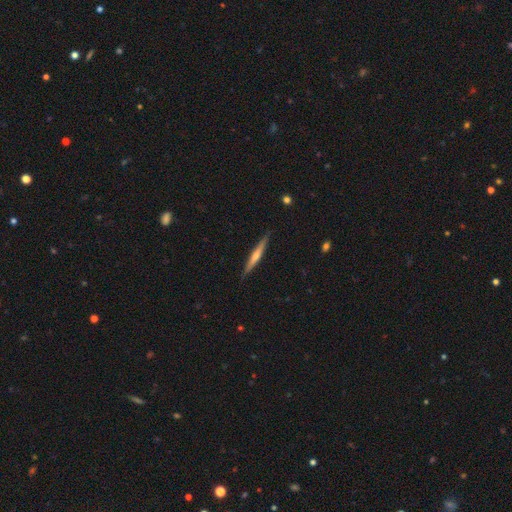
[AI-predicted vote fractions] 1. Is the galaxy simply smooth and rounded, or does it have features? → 65% featured or disk, 29% smooth, 6% star or artifact.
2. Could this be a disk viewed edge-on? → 98% yes, 2% no.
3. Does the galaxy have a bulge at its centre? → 73% rounded, 21% none, 6% boxy.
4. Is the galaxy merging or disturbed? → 91% none, 7% minor disturbance, 1% major disturbance, 1% merger.